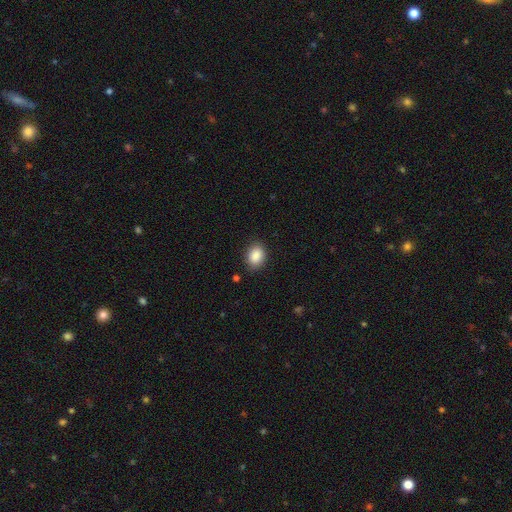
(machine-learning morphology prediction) This appears to be a smooth galaxy with no disk features (88%) that is in between round and cigar-shaped (68%). Merging: none (85%).